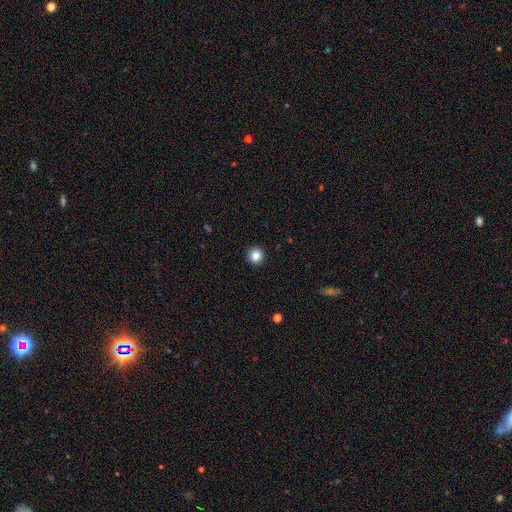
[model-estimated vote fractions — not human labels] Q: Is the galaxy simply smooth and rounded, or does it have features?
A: smooth — 86%.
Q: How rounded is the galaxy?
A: round — 96%.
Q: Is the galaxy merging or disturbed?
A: none — 93%.